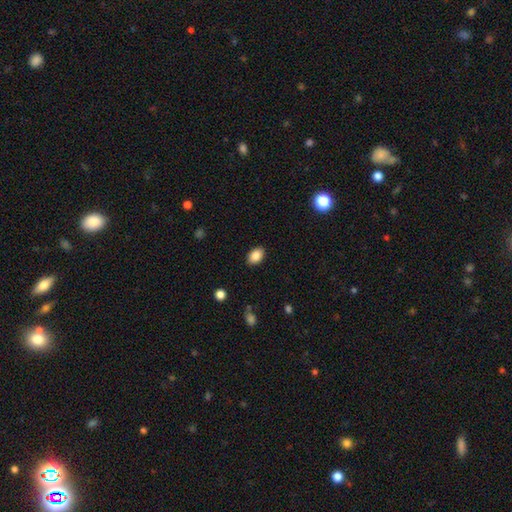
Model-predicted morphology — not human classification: A smooth galaxy with no disk features (88%) that is in between round and cigar-shaped (84%). Merging: none (88%).